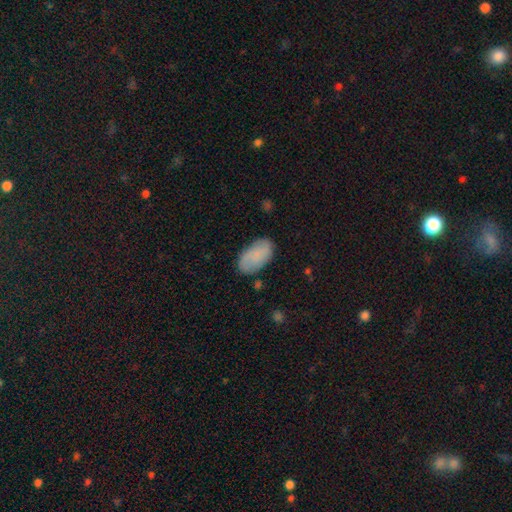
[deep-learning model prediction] Morphology: type=smooth (80%); roundness=in between (95%); merging=none (79%).